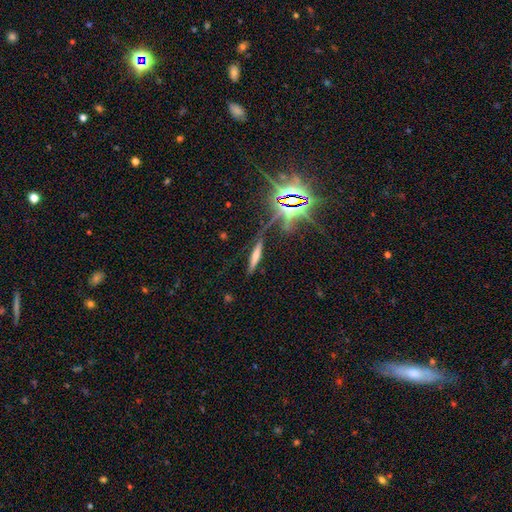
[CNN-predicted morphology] The model was most divided on "smooth or featured": smooth: 57%, featured or disk: 24%, star or artifact: 19%. More confident: how rounded — cigar-shaped (88%); merging — none (76%).